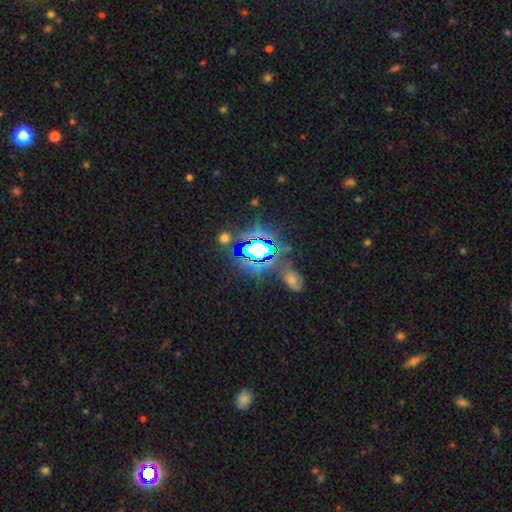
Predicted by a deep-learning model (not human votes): Smooth or featured: star or artifact — 73% (smooth — 15%)